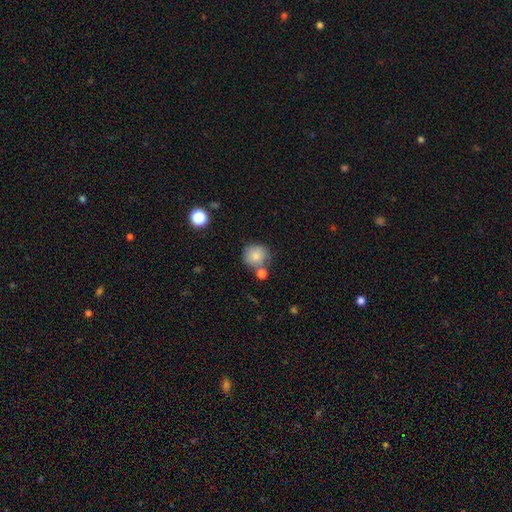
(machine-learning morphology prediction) A smooth galaxy with no disk features (81%) that is round (89%). Merging: none (63%).